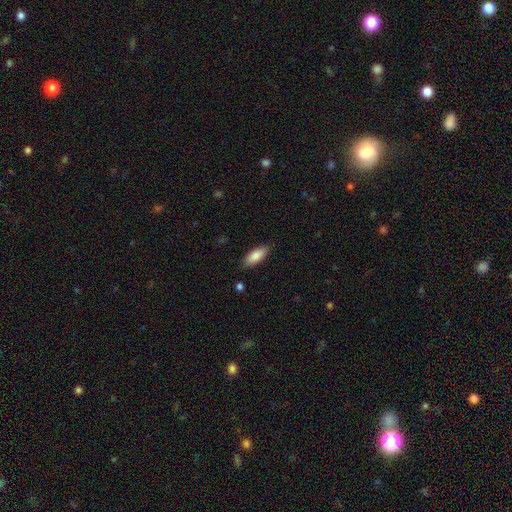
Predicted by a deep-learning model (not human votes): smooth_or_featured: smooth (p=0.84) [alt: featured or disk p=0.09]
how_rounded: in between (p=0.76) [alt: cigar-shaped p=0.22]
merging: none (p=0.85) [alt: minor disturbance p=0.11]